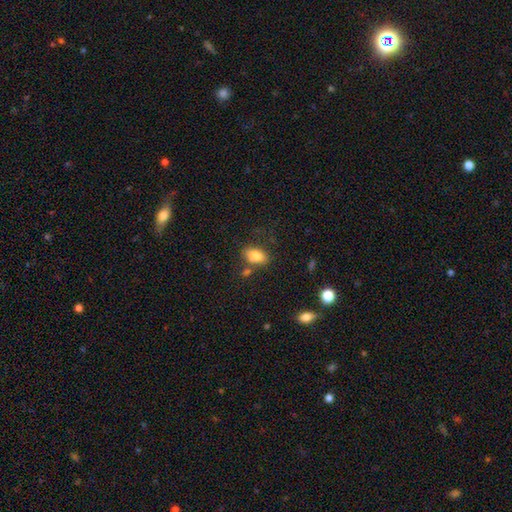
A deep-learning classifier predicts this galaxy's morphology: Smooth or featured: smooth — 82% (featured or disk — 10%)
How rounded: in between — 89% (round — 9%)
Merging: none — 70% (minor disturbance — 15%)